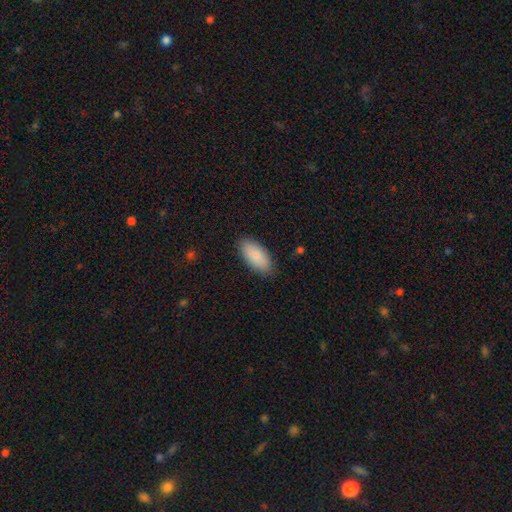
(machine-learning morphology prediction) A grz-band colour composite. It shows a smooth galaxy with no disk features (85%) that is in between round and cigar-shaped (90%). Merging: none (86%).